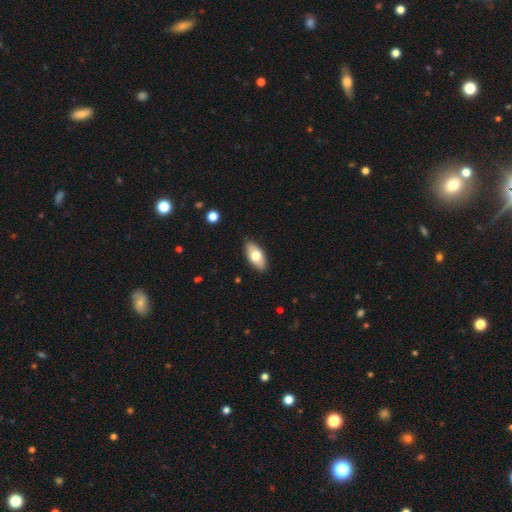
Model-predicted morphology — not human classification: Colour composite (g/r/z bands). It shows a smooth galaxy with no disk features (70%) that is in between round and cigar-shaped (90%). Merging: none (87%).